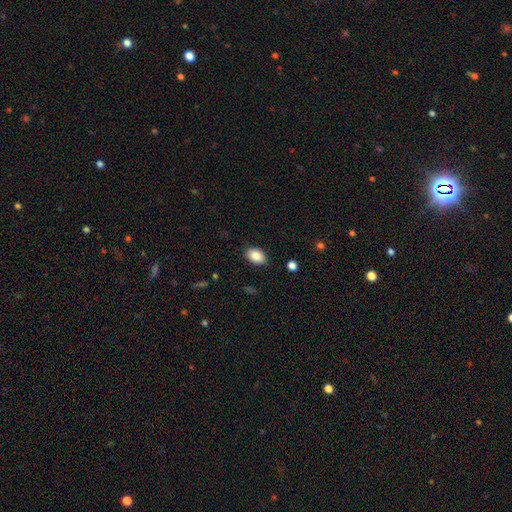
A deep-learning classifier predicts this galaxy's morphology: Smooth or featured: smooth — 87% (star or artifact — 8%)
How rounded: in between — 86% (round — 13%)
Merging: none — 87% (minor disturbance — 9%)